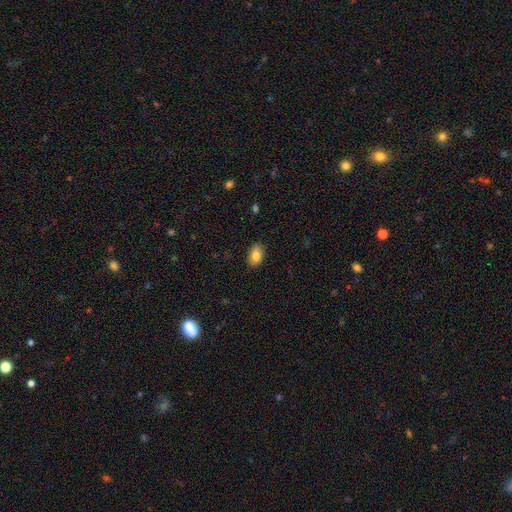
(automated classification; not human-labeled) Smooth or featured? Predicted: smooth (p=0.83). How rounded? Predicted: in between (p=0.89). Merging? Predicted: none (p=0.85).